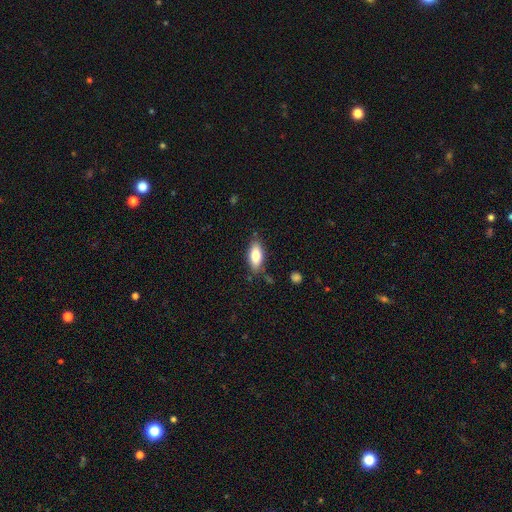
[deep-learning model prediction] Smooth or featured? Predicted: smooth (p=0.78). How rounded? Predicted: in between (p=0.84). Merging? Predicted: none (p=0.80).